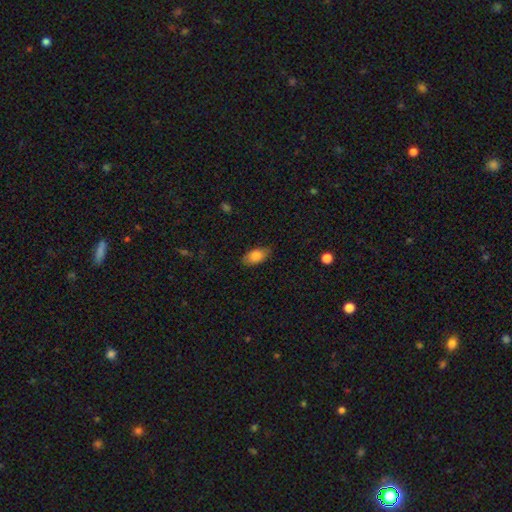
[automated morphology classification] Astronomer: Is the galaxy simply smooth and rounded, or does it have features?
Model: smooth — 82%.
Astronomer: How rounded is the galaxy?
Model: in between — 91%.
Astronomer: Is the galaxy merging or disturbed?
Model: none — 84%.